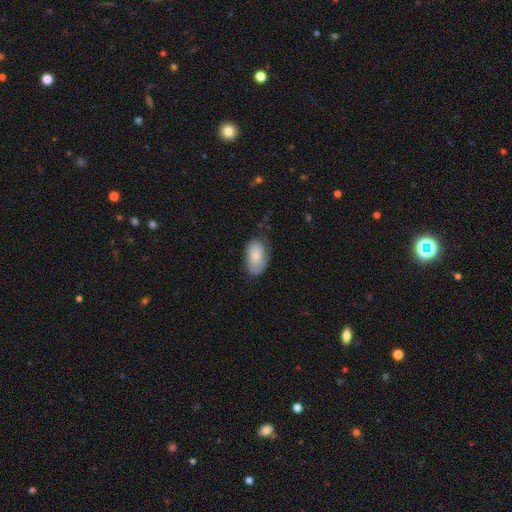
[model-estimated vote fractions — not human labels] Overall: smooth (75%). How rounded: in between (93%). Merging: none (64%; minor disturbance 28%).